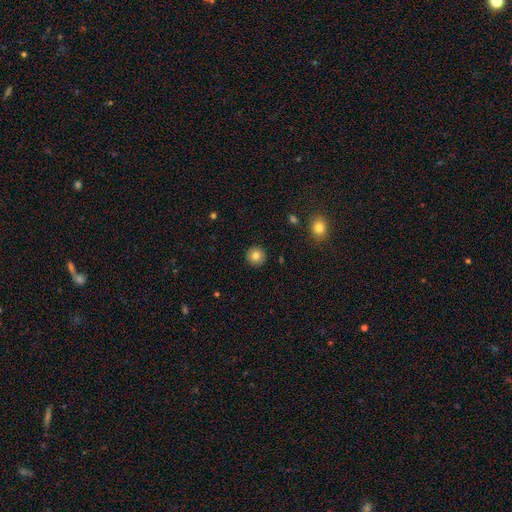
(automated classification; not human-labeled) A smooth galaxy with no disk features (81%) that is round (95%).

Vote fractions:
- Smooth or featured? smooth: 81% / featured or disk: 10% / star or artifact: 10%
- How rounded? round: 95% / in between: 4% / cigar-shaped: 1%
- Merging? none: 92% / minor disturbance: 5% / major disturbance: 2% / merger: 1%